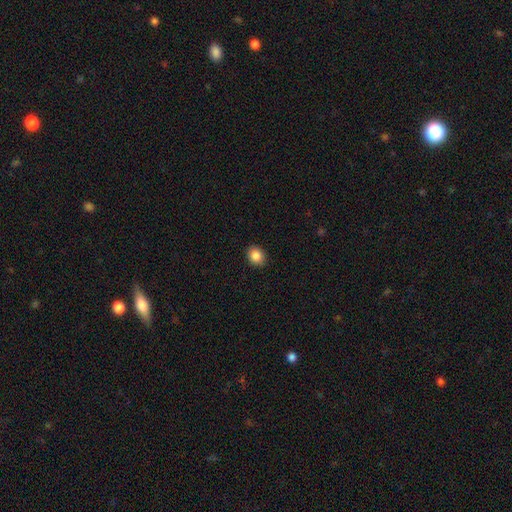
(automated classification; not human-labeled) smooth_or_featured: smooth (p=0.86) [alt: star or artifact p=0.09]
how_rounded: round (p=0.57) [alt: in between p=0.42]
merging: none (p=0.91) [alt: minor disturbance p=0.07]